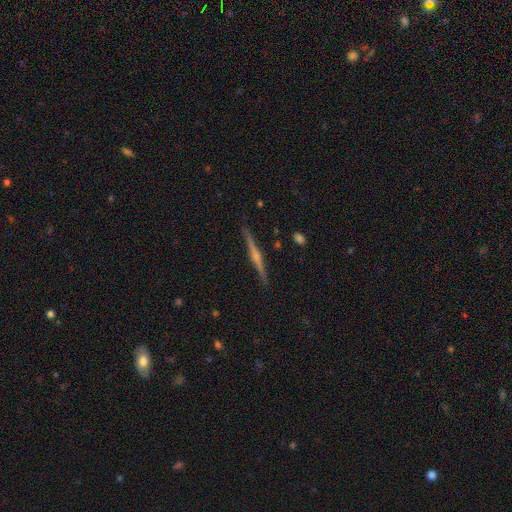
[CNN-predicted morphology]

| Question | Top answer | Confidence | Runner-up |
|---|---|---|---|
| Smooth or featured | featured or disk | 81% | smooth (13%) |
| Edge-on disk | yes | 98% | no (2%) |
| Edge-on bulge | rounded | 78% | none (13%) |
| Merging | none | 92% | minor disturbance (6%) |